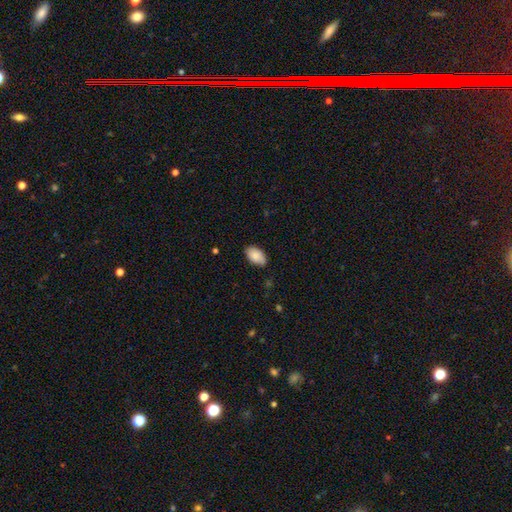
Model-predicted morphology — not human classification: A smooth galaxy with no disk features (83%) that is in between round and cigar-shaped (94%).

Vote fractions:
- Smooth or featured? smooth: 83% / featured or disk: 10% / star or artifact: 6%
- How rounded? in between: 94% / round: 5% / cigar-shaped: 1%
- Merging? none: 79% / minor disturbance: 17% / major disturbance: 3% / merger: 1%